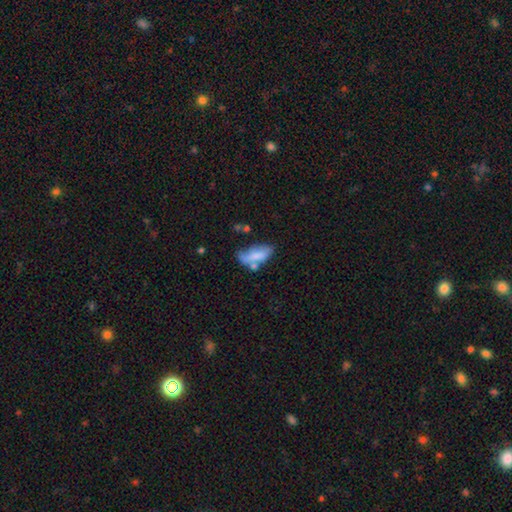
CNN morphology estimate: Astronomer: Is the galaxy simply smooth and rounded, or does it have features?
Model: smooth — 68%.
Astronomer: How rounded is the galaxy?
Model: in between — 86%.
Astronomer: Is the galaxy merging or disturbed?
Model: none — 37% (runner-up: minor disturbance, 28%).